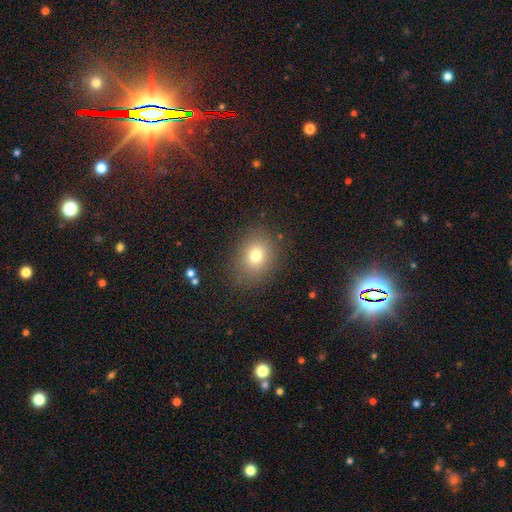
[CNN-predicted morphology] A smooth galaxy with no disk features (75%) that is round (51%).

Vote fractions:
- Smooth or featured? smooth: 75% / star or artifact: 14% / featured or disk: 11%
- How rounded? round: 51% / in between: 48% / cigar-shaped: 1%
- Merging? none: 83% / minor disturbance: 11% / major disturbance: 4% / merger: 1%